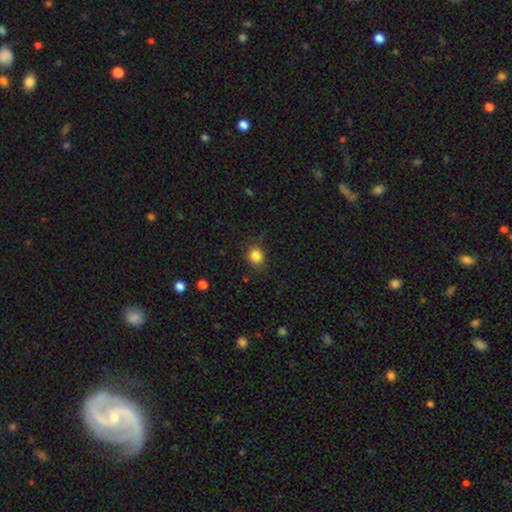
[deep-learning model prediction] A smooth galaxy with no disk features (84%) that is round (79%). Merging: none (81%).